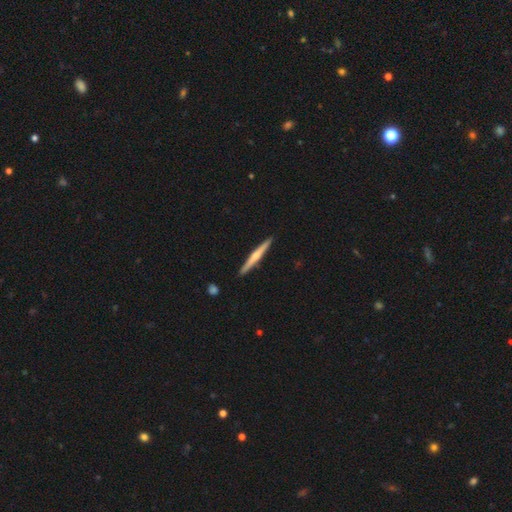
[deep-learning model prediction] Morphology: type=featured or disk (58%); edge-on=yes (98%); edge-on bulge=rounded (73%); merging=none (91%).